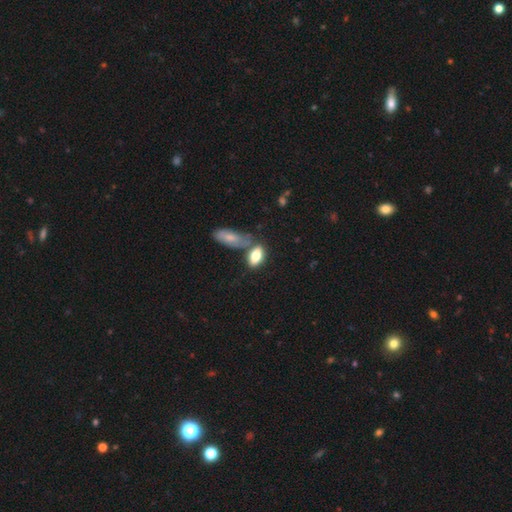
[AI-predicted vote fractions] A smooth galaxy with no disk features (78%) that is in between round and cigar-shaped (86%).

Vote fractions:
- Smooth or featured? smooth: 78% / featured or disk: 15% / star or artifact: 8%
- How rounded? in between: 86% / cigar-shaped: 8% / round: 6%
- Merging? none: 49% / merger: 28% / minor disturbance: 17% / major disturbance: 6%